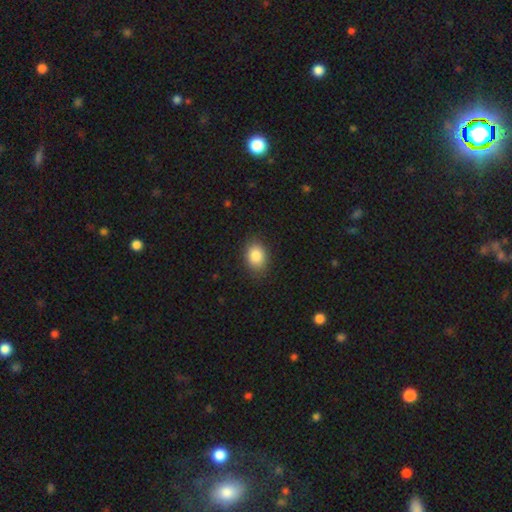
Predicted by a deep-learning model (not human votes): Smooth or featured? smooth (86%)
How rounded? in between (67%)
Merging? none (85%)